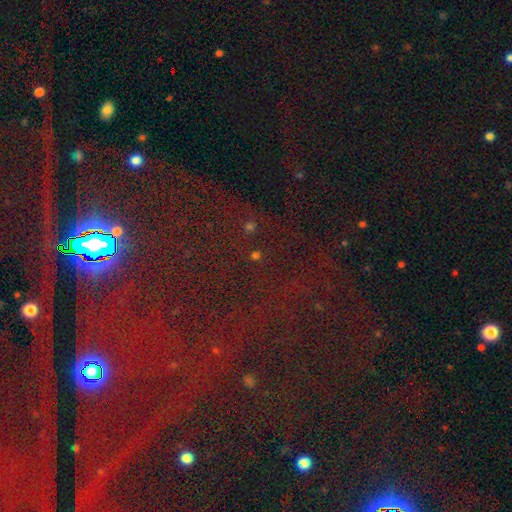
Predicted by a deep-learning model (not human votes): smooth_or_featured: star or artifact (p=0.67) [alt: smooth p=0.24]